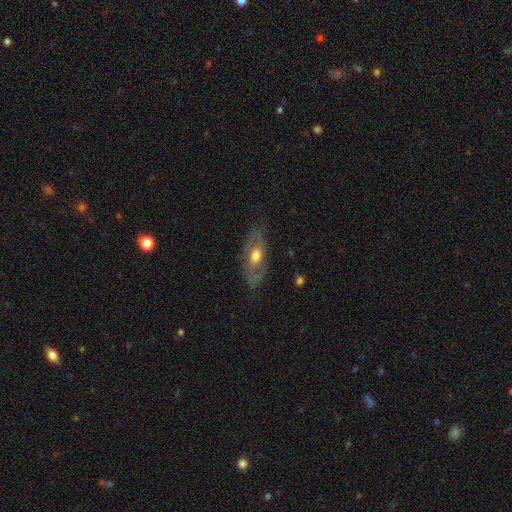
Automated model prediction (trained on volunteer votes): Smooth or featured? featured or disk (64%)
Edge-on disk? no (80%)
Bar? no (66%)
Spiral arms? yes (56%)
Bulge size? moderate (60%)
Merging? none (72%)